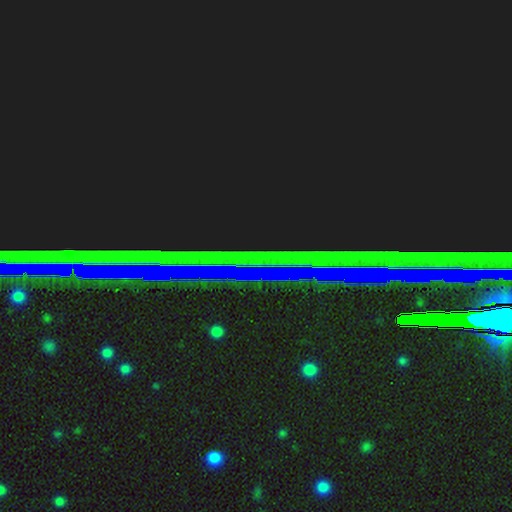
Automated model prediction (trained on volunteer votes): A star or artifact, not a galaxy (80%).